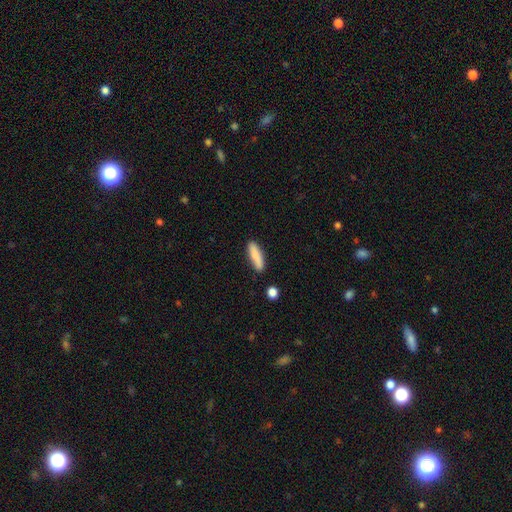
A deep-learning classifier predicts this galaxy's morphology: A smooth galaxy with no disk features (85%) that is cigar-shaped (69%). Merging: none (83%).